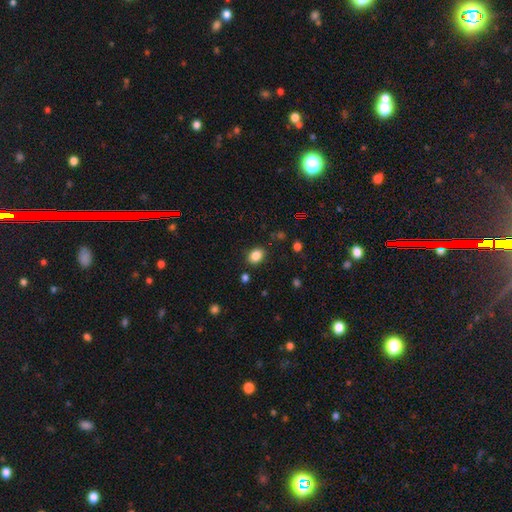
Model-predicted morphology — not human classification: Overall: smooth (85%). How rounded: in between (68%; round 31%). Merging: none (85%).